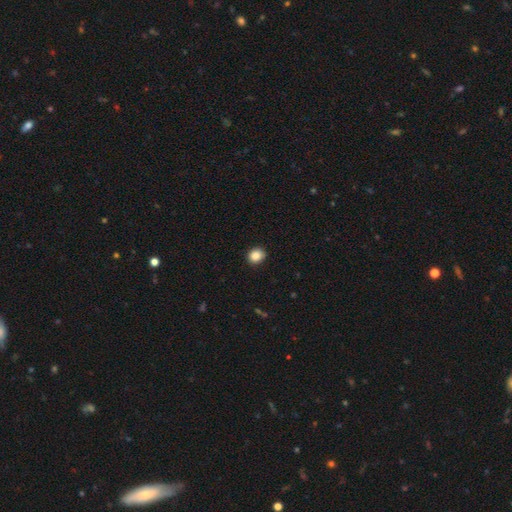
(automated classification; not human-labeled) Q: Smooth or featured?
A: smooth (88%); runner-up: star or artifact (9%)
Q: How rounded?
A: round (70%); runner-up: in between (29%)
Q: Merging?
A: none (89%); runner-up: minor disturbance (8%)